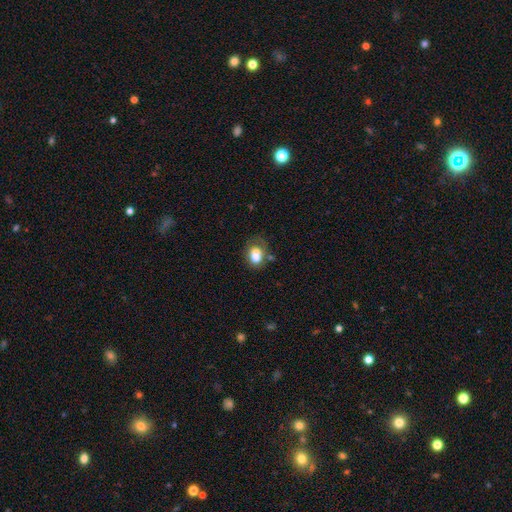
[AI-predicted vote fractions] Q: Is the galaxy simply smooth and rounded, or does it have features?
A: smooth — 72%.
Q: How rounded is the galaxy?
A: in between — 66%.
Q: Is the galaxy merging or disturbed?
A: none — 36%.